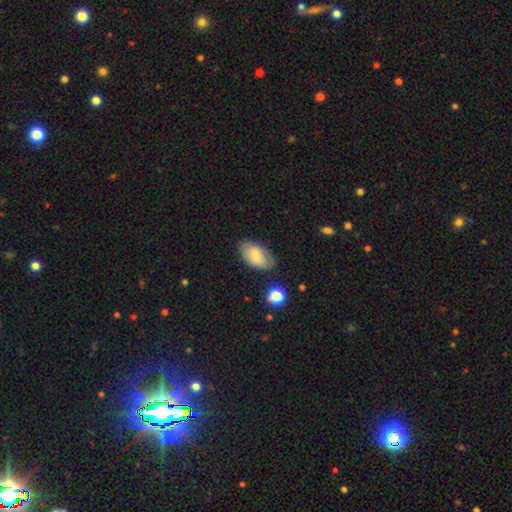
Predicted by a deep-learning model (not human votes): Morphology: type=smooth (75%); roundness=in between (94%); merging=none (73%).